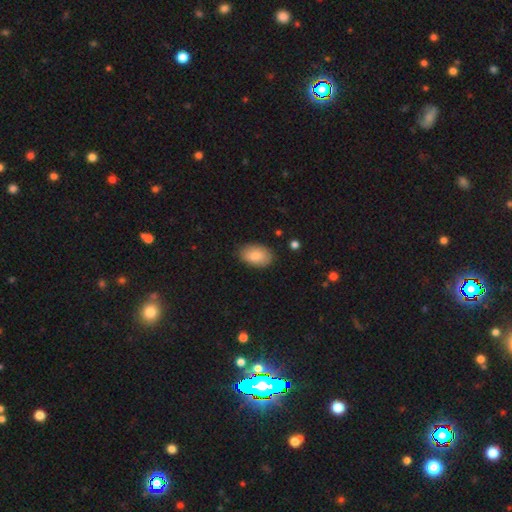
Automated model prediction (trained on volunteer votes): Overall: smooth (83%). How rounded: in between (90%). Merging: none (84%).